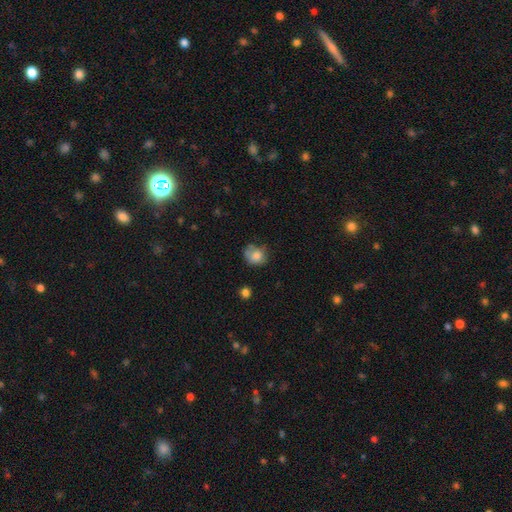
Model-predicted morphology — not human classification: Smooth or featured?
  - smooth: 73% *
  - featured or disk: 18%
  - star or artifact: 9%
How rounded?
  - round: 65% *
  - in between: 34%
  - cigar-shaped: 1%
Merging?
  - none: 50% *
  - minor disturbance: 32%
  - major disturbance: 14%
  - merger: 4%